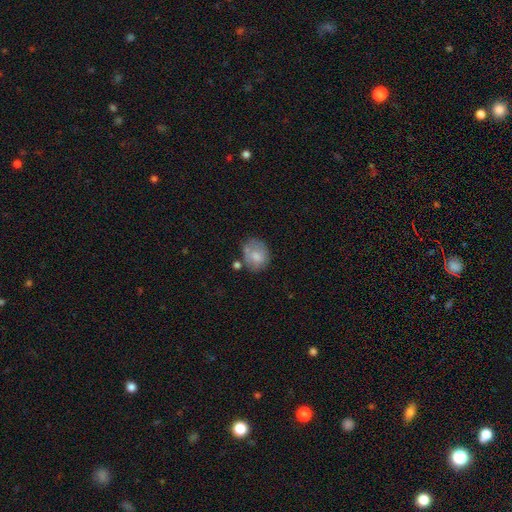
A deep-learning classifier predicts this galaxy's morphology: Smooth or featured? Predicted: smooth (p=0.70). How rounded? Predicted: round (p=0.56). Merging? Predicted: none (p=0.53).